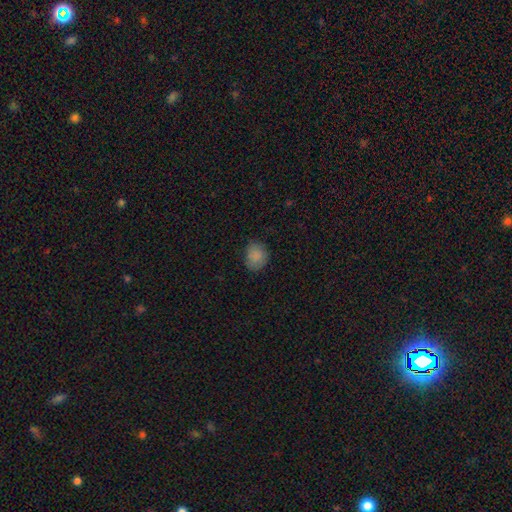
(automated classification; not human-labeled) Morphology: type=smooth (85%); roundness=round (57%); merging=none (75%).